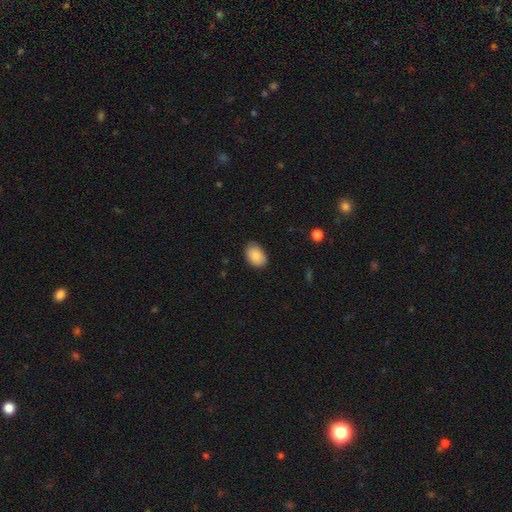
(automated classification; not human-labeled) Q: Smooth or featured?
A: smooth (88%); runner-up: star or artifact (7%)
Q: How rounded?
A: in between (84%); runner-up: round (15%)
Q: Merging?
A: none (80%); runner-up: minor disturbance (16%)